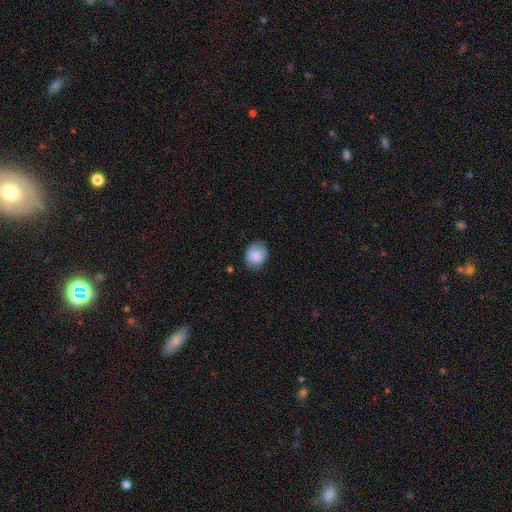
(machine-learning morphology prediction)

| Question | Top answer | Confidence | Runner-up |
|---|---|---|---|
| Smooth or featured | smooth | 85% | featured or disk (8%) |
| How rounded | round | 63% | in between (36%) |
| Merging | none | 74% | minor disturbance (20%) |